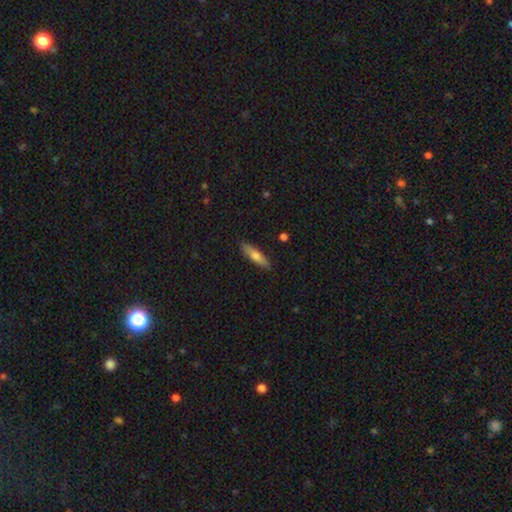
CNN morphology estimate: This appears to be a smooth galaxy with no disk features (69%) that is cigar-shaped (67%). Merging: none (88%).